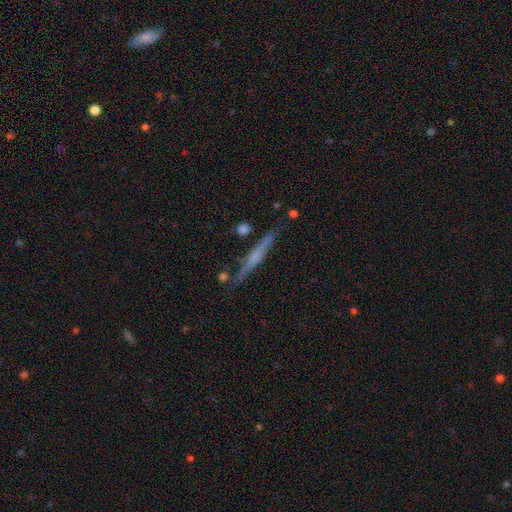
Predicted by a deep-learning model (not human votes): Smooth or featured: featured or disk — 66% (smooth — 27%)
Edge-on disk: yes — 97% (no — 3%)
Edge-on bulge: rounded — 47% (none — 33%)
Merging: none — 84% (minor disturbance — 10%)